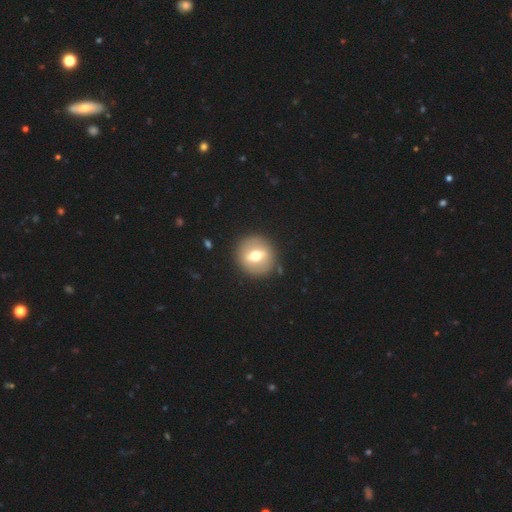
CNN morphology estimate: Smooth or featured? smooth (47%)
Merging? none (88%)